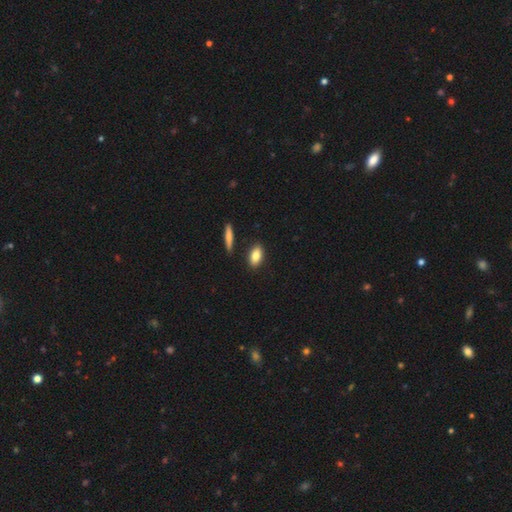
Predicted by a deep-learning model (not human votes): smooth-or-featured: smooth: 83% | featured or disk: 10% | star or artifact: 7%
  how-rounded: in between: 85% | cigar-shaped: 9% | round: 6%
  merging: none: 86% | minor disturbance: 9% | merger: 3% | major disturbance: 2%